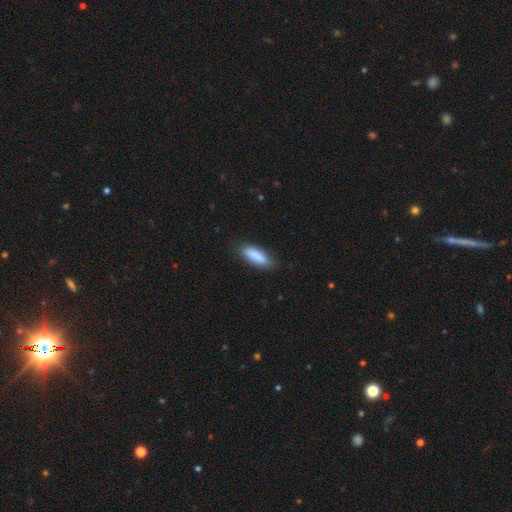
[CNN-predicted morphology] This appears to be a smooth galaxy with no disk features (88%) that is in between round and cigar-shaped (59%). Merging: none (81%).